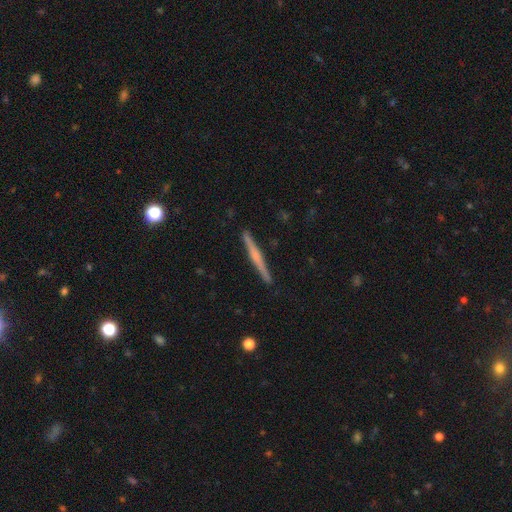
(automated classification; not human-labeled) This appears to be a featured or disk galaxy (61%) viewed edge-on (98%) with a rounded central bulge (44%). Merging: none (91%).